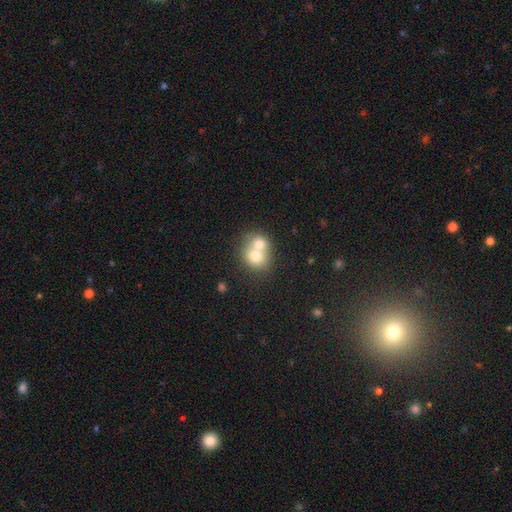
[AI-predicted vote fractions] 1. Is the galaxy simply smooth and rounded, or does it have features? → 69% smooth, 22% featured or disk, 9% star or artifact.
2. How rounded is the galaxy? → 70% round, 29% in between, 1% cigar-shaped.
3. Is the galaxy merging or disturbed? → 70% merger, 22% none, 5% minor disturbance, 2% major disturbance.